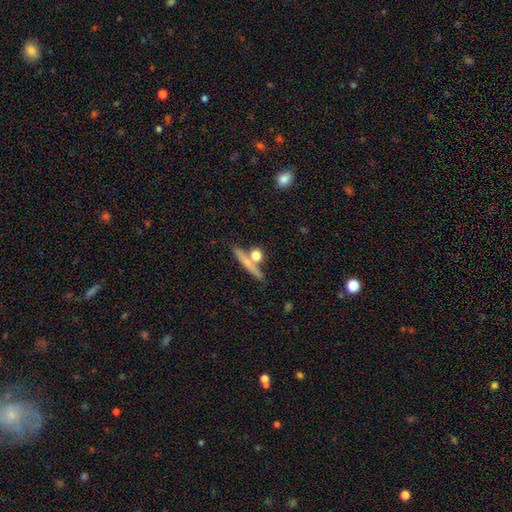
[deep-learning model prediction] Smooth or featured? smooth (67%)
How rounded? round (46%)
Merging? none (60%)